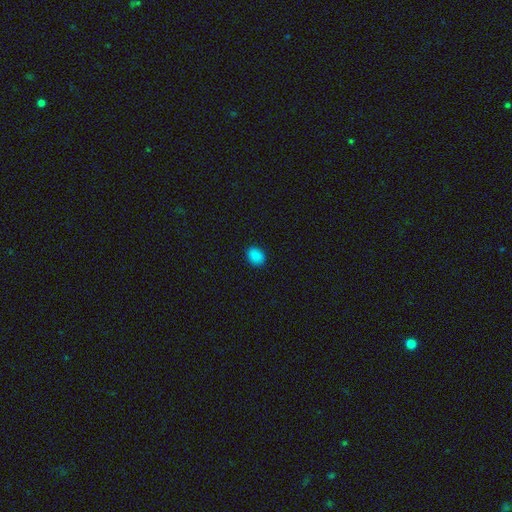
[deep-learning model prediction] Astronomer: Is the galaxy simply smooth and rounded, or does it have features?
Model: smooth — 87%.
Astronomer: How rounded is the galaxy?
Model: in between — 63%.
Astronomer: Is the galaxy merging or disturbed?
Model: none — 88%.